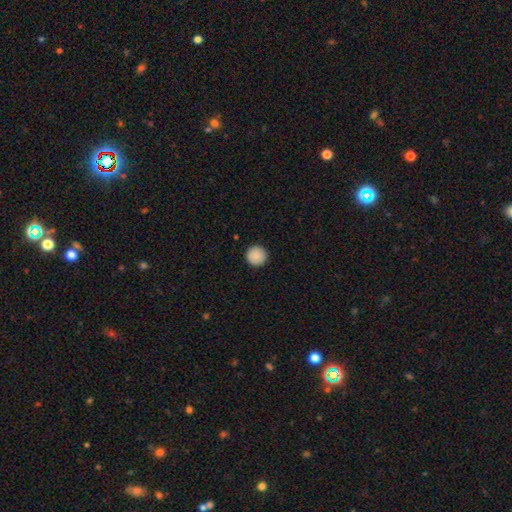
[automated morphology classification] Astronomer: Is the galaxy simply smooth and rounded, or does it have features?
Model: smooth — 89%.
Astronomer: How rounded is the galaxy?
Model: round — 96%.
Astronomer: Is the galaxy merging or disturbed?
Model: none — 93%.